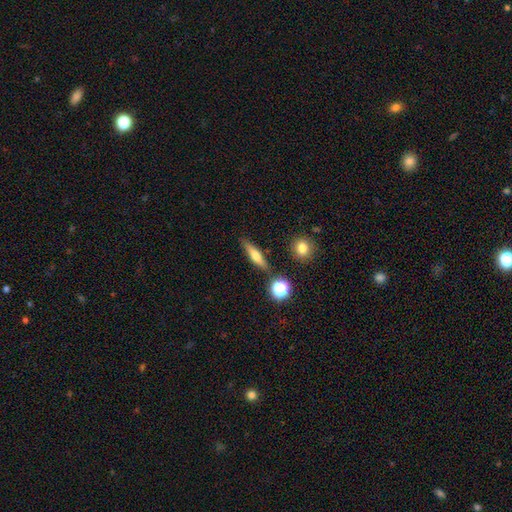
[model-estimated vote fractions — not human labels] Morphology: type=smooth (53%); roundness=cigar-shaped (68%); merging=none (83%).